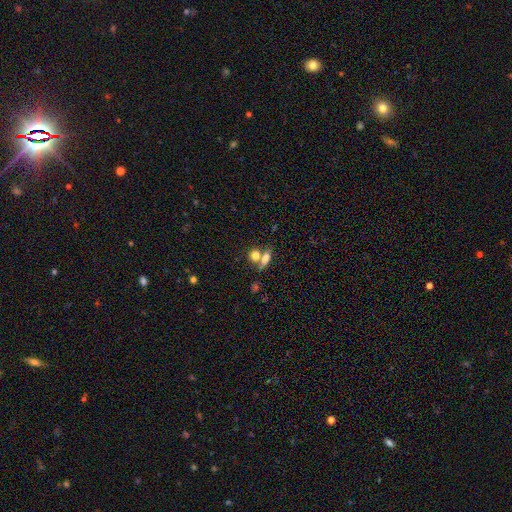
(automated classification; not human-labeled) A smooth galaxy with no disk features (76%) that is round (53%). Merging: merger (45%).